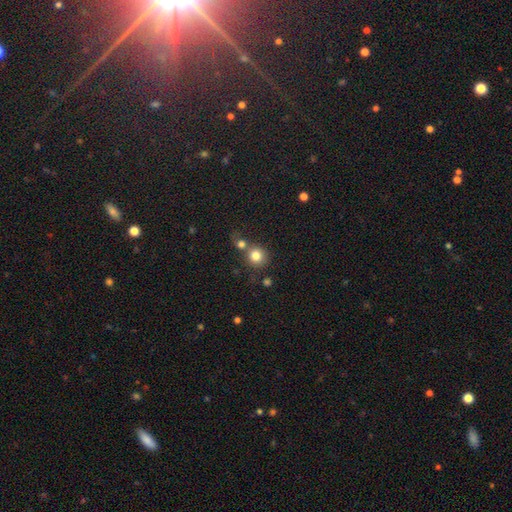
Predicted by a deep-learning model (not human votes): smooth_or_featured: smooth (p=0.81) [alt: star or artifact p=0.11]
how_rounded: round (p=0.89) [alt: in between p=0.10]
merging: none (p=0.59) [alt: merger p=0.29]